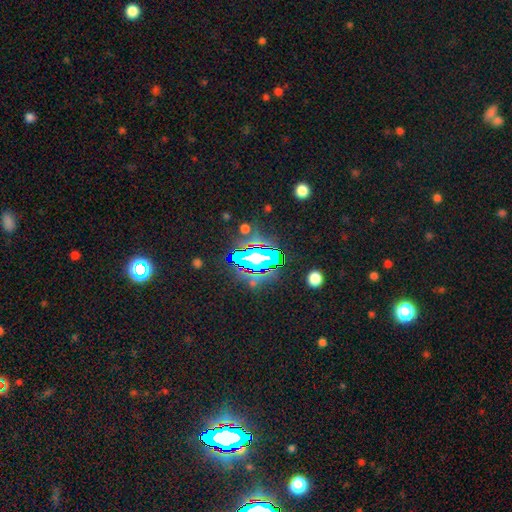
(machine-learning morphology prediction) smooth_or_featured: star or artifact (p=0.75) [alt: smooth p=0.15]